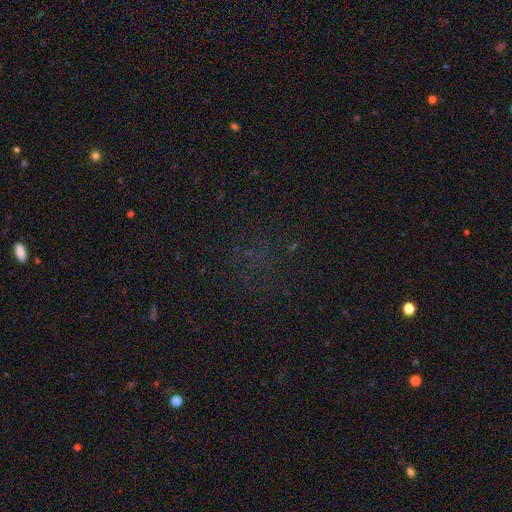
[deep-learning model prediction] smooth-or-featured: star or artifact: 62% | smooth: 26% | featured or disk: 12%